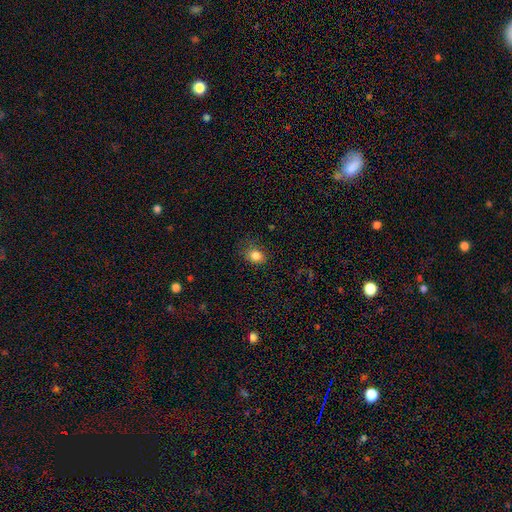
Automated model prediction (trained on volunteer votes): Smooth or featured?
  - smooth: 84% *
  - star or artifact: 11%
  - featured or disk: 6%
How rounded?
  - in between: 60% *
  - round: 39%
  - cigar-shaped: 1%
Merging?
  - none: 72% *
  - minor disturbance: 20%
  - major disturbance: 7%
  - merger: 1%